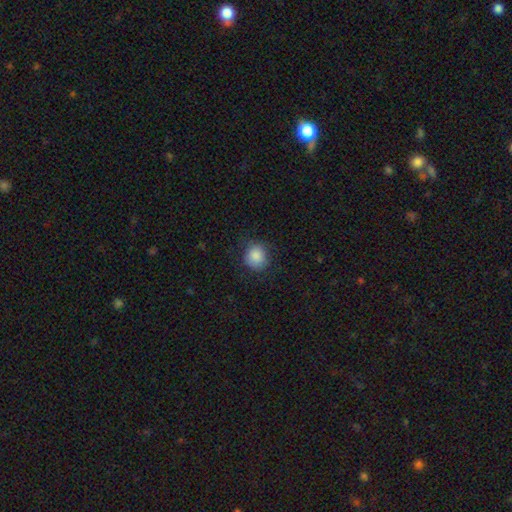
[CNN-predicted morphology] This is clearly a smooth galaxy (87%). How rounded: clearly round (84%). Merging: likely none (78%).